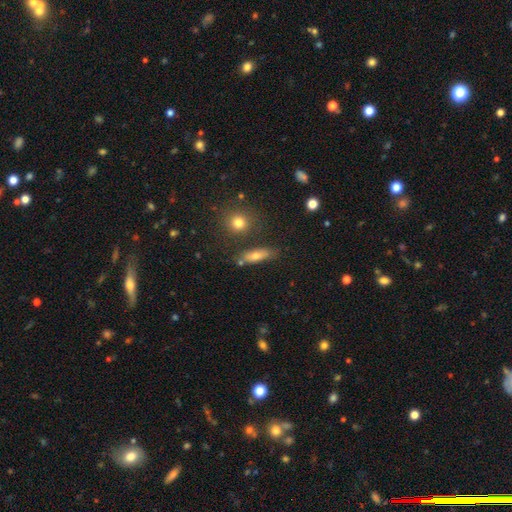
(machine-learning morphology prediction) This appears to be a smooth galaxy with no disk features (65%) that is in between round and cigar-shaped (48%). Merging: none (74%).